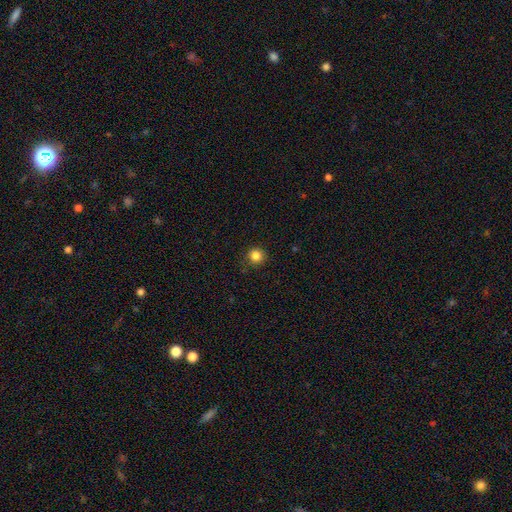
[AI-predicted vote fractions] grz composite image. It shows a smooth galaxy with no disk features (84%) that is round (94%). Merging: none (87%).